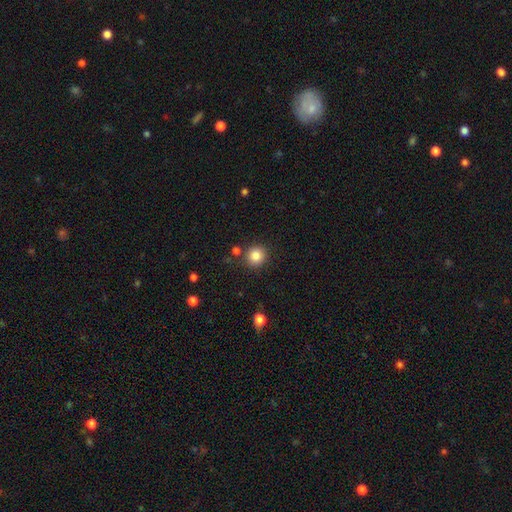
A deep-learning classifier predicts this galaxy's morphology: smooth-or-featured: smooth: 85% | star or artifact: 10% | featured or disk: 5%
  how-rounded: round: 90% | in between: 9% | cigar-shaped: 1%
  merging: none: 85% | minor disturbance: 8% | merger: 5% | major disturbance: 3%